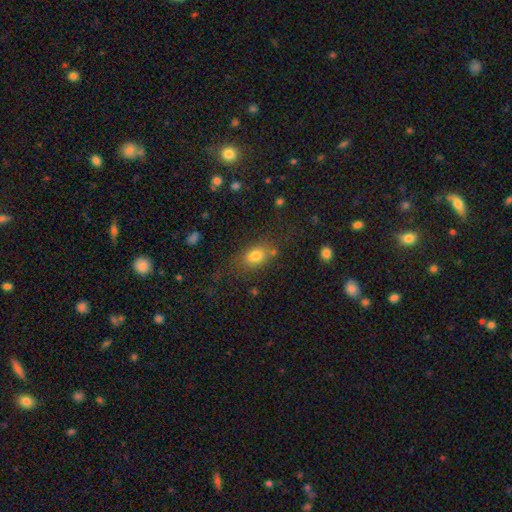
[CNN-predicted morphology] This is likely a smooth galaxy (77%). How rounded: likely in between (74%). Merging: likely none (69%).